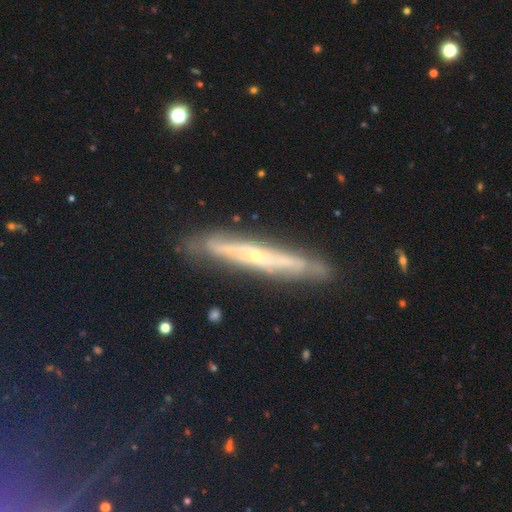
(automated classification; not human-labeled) This appears to be a featured or disk galaxy (76%) viewed edge-on (70%) with a rounded central bulge (55%). Merging: none (83%).